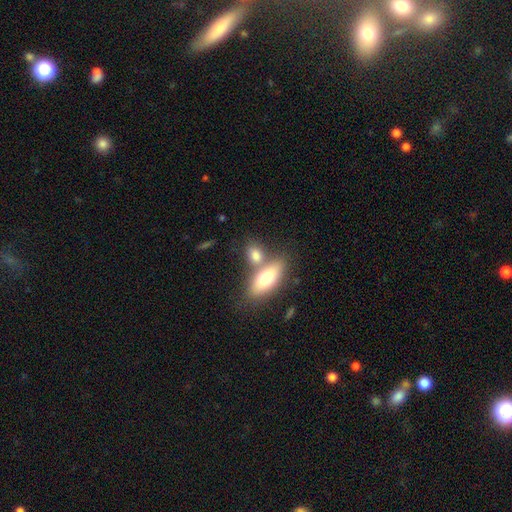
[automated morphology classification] Q: Smooth or featured?
A: smooth (79%); runner-up: featured or disk (15%)
Q: How rounded?
A: in between (71%); runner-up: round (16%)
Q: Merging?
A: none (46%); runner-up: merger (40%)